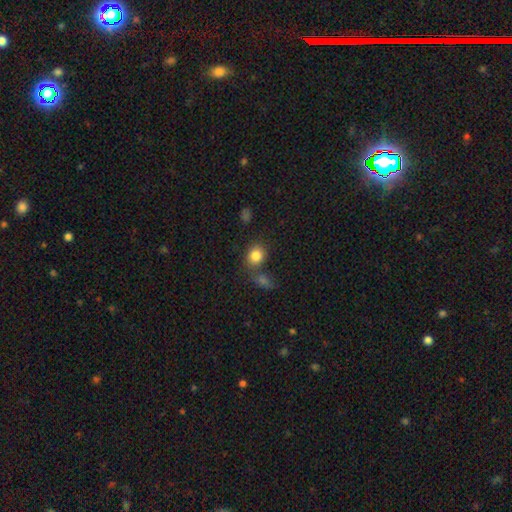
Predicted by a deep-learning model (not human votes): The model was most divided on "how rounded": round: 67%, in between: 32%, cigar-shaped: 1%. More confident: smooth or featured — smooth (84%); merging — none (65%).